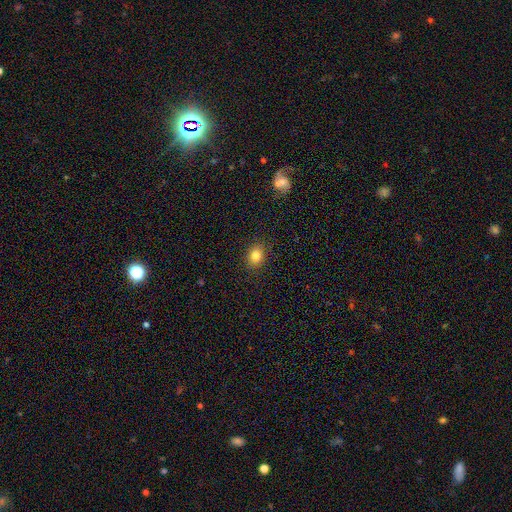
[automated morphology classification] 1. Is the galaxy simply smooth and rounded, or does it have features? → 83% smooth, 11% star or artifact, 6% featured or disk.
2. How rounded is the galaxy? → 51% round, 48% in between, 1% cigar-shaped.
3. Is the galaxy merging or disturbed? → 88% none, 9% minor disturbance, 2% major disturbance, 1% merger.